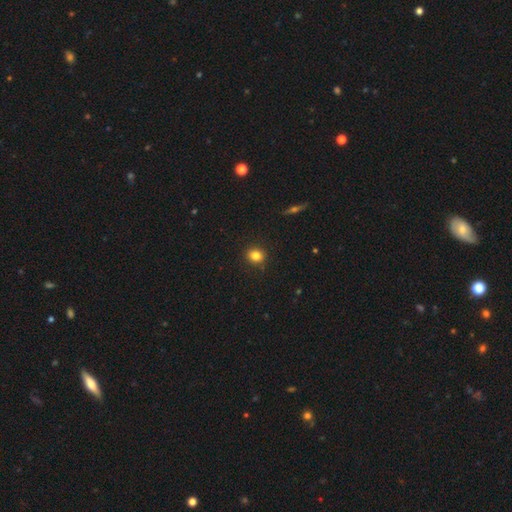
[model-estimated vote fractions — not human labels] Morphology: type=smooth (83%); roundness=round (71%); merging=none (89%).